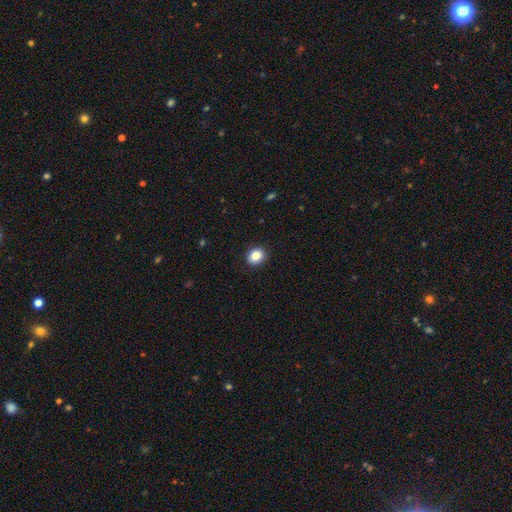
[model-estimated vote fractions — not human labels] Smooth or featured?
  - smooth: 86% *
  - star or artifact: 9%
  - featured or disk: 5%
How rounded?
  - round: 60% *
  - in between: 39%
  - cigar-shaped: 1%
Merging?
  - none: 91% *
  - minor disturbance: 6%
  - major disturbance: 2%
  - merger: 1%